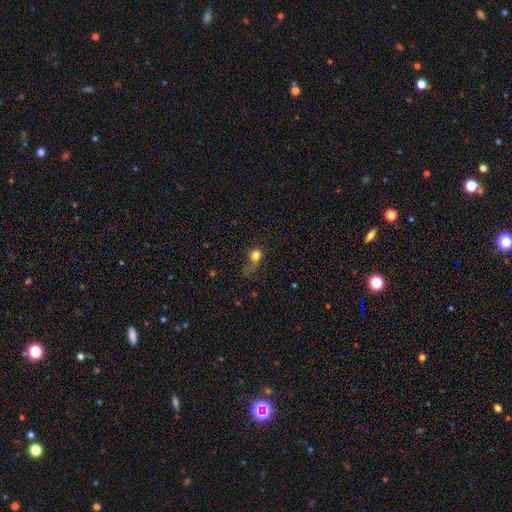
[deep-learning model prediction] This appears to be a smooth galaxy with no disk features (76%) that is round (68%). Merging: major disturbance (40%).